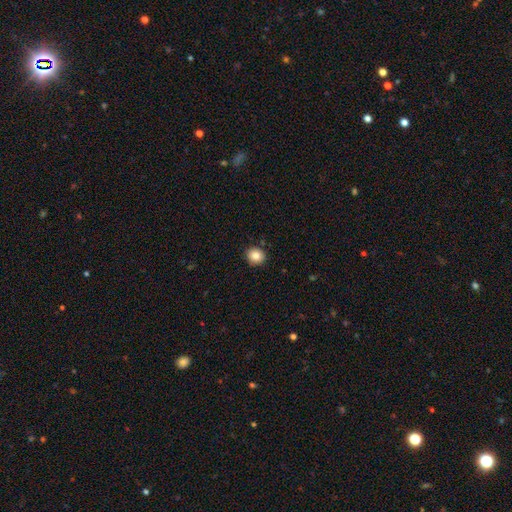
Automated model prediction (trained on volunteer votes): smooth 83%, star or artifact 10%, featured or disk 7%. Down the decision tree: how rounded — round (82%); merging — none (90%).